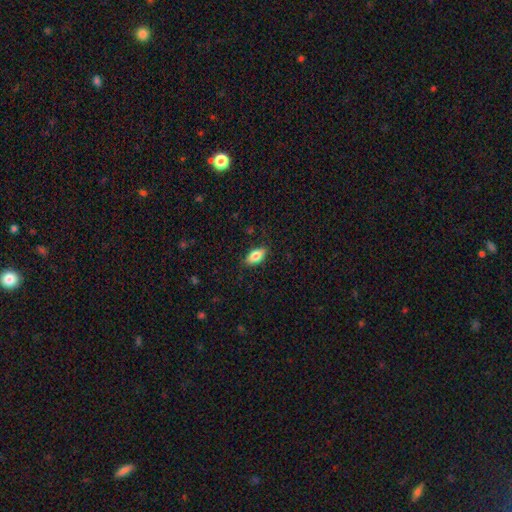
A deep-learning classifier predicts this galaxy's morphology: type=smooth (81%); roundness=in between (89%); merging=none (84%).